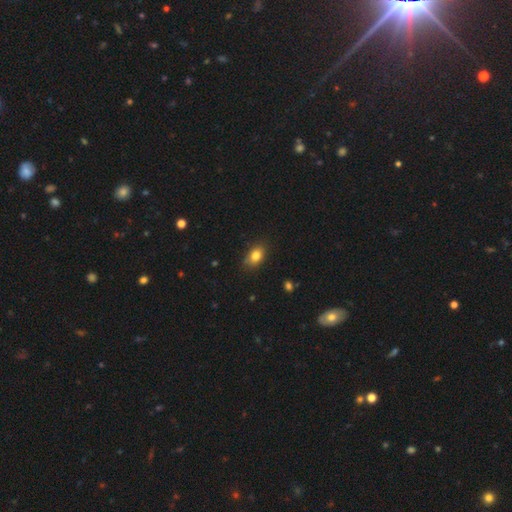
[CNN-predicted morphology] smooth_or_featured: smooth (p=0.82) [alt: star or artifact p=0.09]
how_rounded: in between (p=0.79) [alt: round p=0.19]
merging: none (p=0.80) [alt: minor disturbance p=0.16]